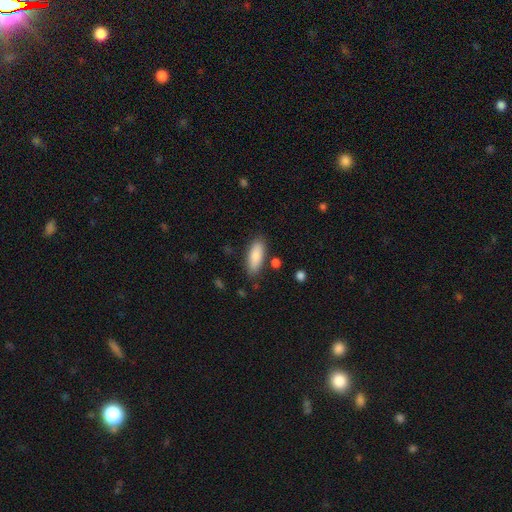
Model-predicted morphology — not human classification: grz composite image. It shows a smooth galaxy with no disk features (85%) that is in between round and cigar-shaped (71%). Merging: none (82%).